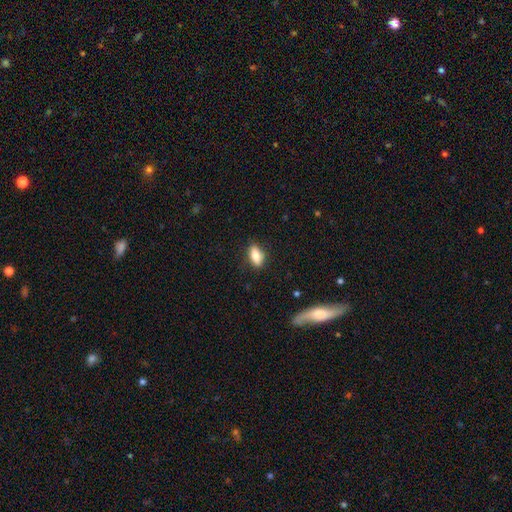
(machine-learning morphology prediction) smooth-or-featured: smooth: 72% | featured or disk: 20% | star or artifact: 8%
  how-rounded: in between: 79% | cigar-shaped: 15% | round: 6%
  merging: none: 84% | minor disturbance: 12% | major disturbance: 3% | merger: 1%